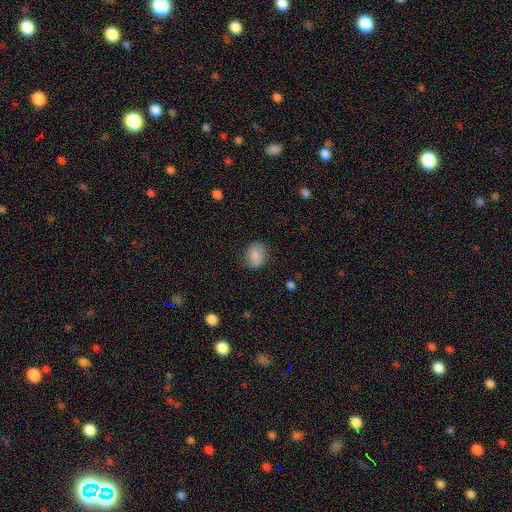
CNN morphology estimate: Smooth or featured? Predicted: smooth (p=0.86). How rounded? Predicted: in between (p=0.57). Merging? Predicted: none (p=0.79).